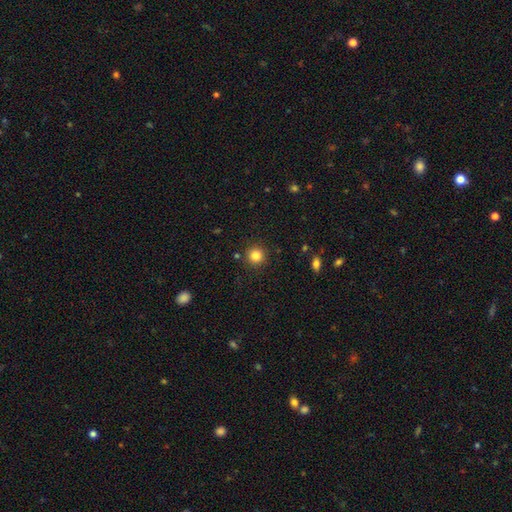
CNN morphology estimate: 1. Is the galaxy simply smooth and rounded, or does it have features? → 84% smooth, 11% star or artifact, 5% featured or disk.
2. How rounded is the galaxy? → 94% round, 5% in between, 1% cigar-shaped.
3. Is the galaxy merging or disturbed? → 90% none, 6% minor disturbance, 2% major disturbance, 2% merger.